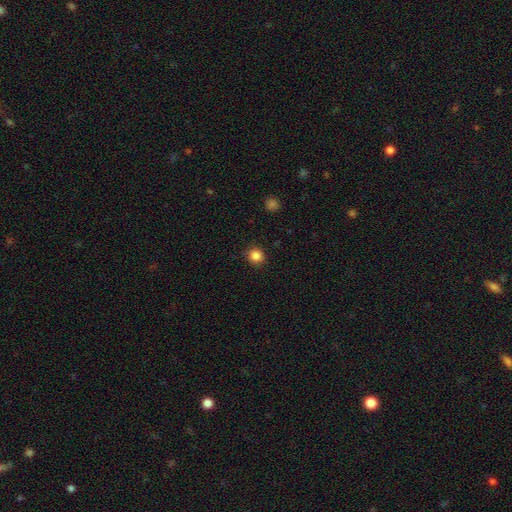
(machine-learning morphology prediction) Overall: smooth (85%). How rounded: round (91%). Merging: none (90%).